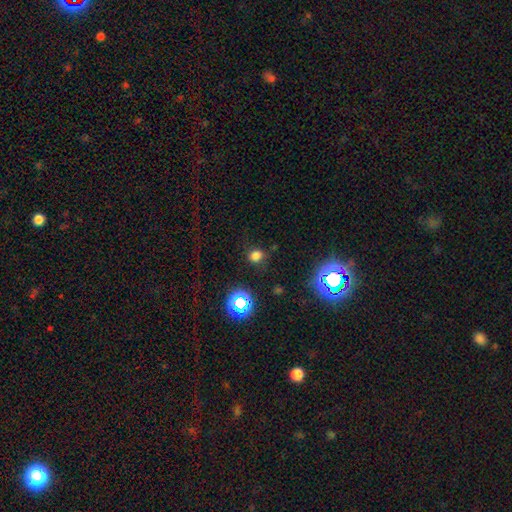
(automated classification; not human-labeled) smooth_or_featured: smooth (p=0.72) [alt: star or artifact p=0.23]
how_rounded: round (p=0.68) [alt: in between p=0.31]
merging: none (p=0.78) [alt: minor disturbance p=0.14]